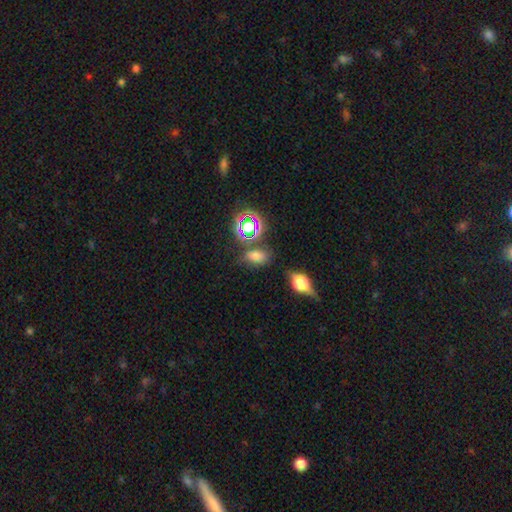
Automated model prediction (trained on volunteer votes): Smooth or featured: smooth — 61% (star or artifact — 28%)
How rounded: in between — 82% (round — 14%)
Merging: none — 71% (minor disturbance — 16%)